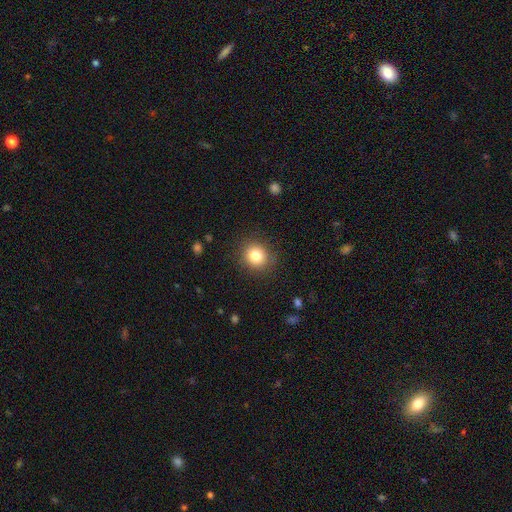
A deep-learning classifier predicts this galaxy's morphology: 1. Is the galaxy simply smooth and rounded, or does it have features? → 82% smooth, 11% star or artifact, 7% featured or disk.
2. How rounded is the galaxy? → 86% round, 13% in between, 1% cigar-shaped.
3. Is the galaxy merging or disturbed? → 88% none, 8% minor disturbance, 3% major disturbance, 1% merger.